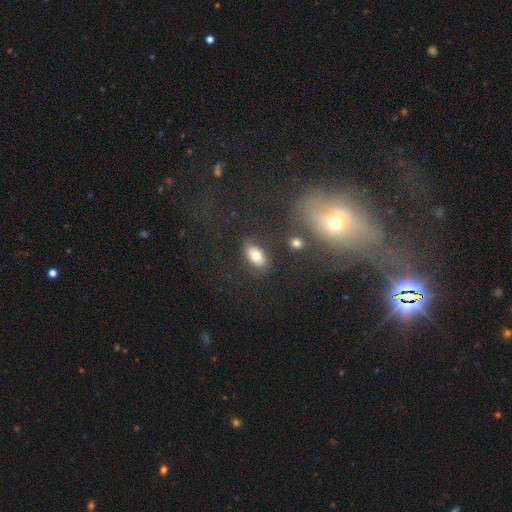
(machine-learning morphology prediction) smooth_or_featured: smooth (p=0.73) [alt: featured or disk p=0.15]
how_rounded: in between (p=0.88) [alt: round p=0.09]
merging: none (p=0.81) [alt: minor disturbance p=0.11]